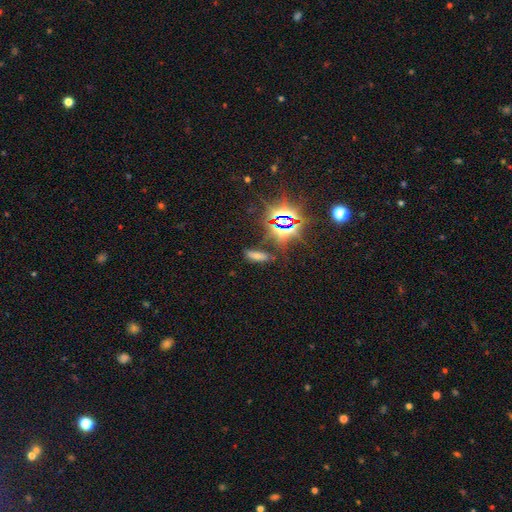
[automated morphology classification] Q: Smooth or featured?
A: smooth (47%); runner-up: star or artifact (39%)
Q: Merging?
A: none (70%); runner-up: minor disturbance (17%)